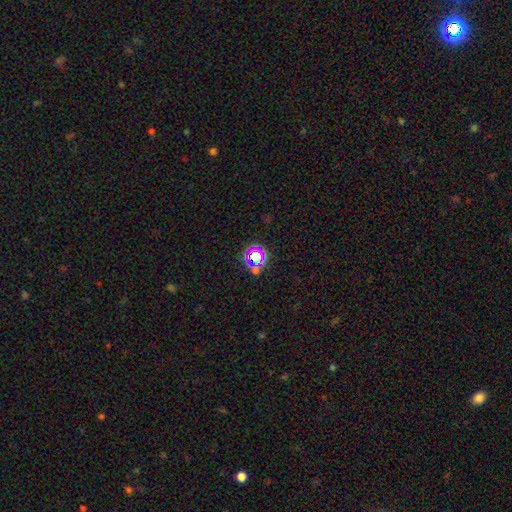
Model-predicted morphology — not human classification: smooth_or_featured: star or artifact (p=0.61) [alt: smooth p=0.28]